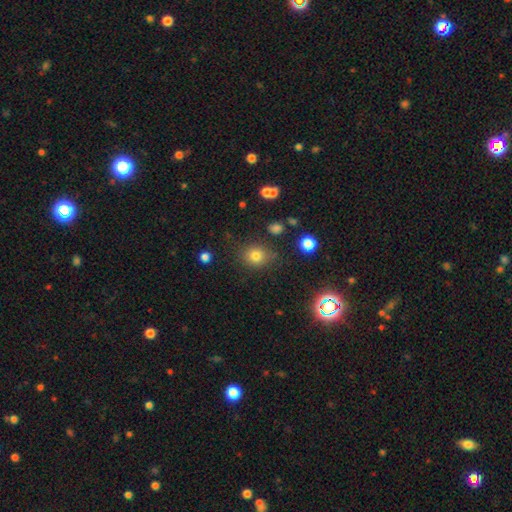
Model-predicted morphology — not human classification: The model was most divided on "how rounded": round: 79%, in between: 20%, cigar-shaped: 1%. More confident: merging — none (81%); smooth or featured — smooth (77%).